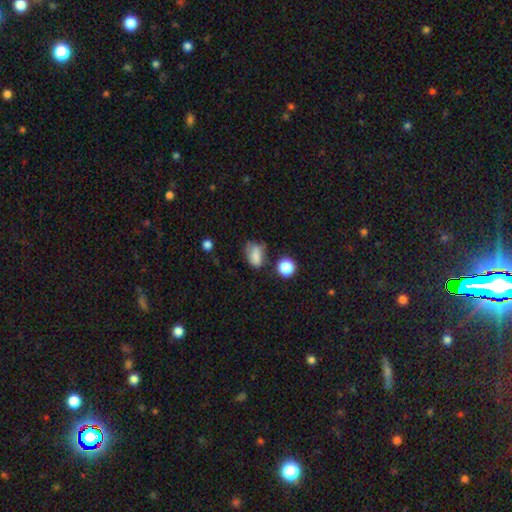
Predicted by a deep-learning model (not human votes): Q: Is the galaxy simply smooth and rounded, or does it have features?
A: smooth — 75%.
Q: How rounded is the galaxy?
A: in between — 75%.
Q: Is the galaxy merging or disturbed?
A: none — 45%.